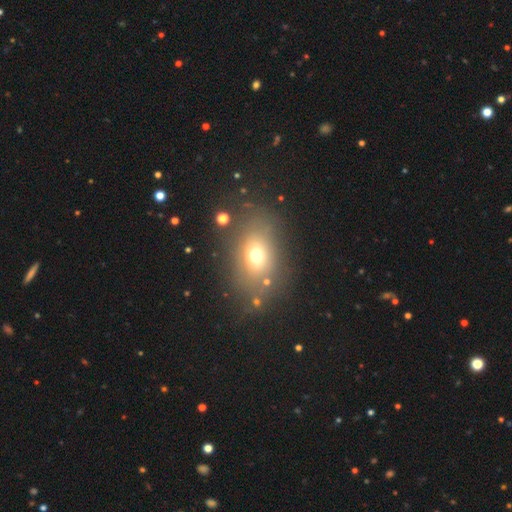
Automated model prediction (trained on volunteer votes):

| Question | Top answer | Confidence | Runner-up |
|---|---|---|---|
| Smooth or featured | smooth | 66% | featured or disk (18%) |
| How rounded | in between | 67% | round (31%) |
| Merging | none | 72% | minor disturbance (14%) |